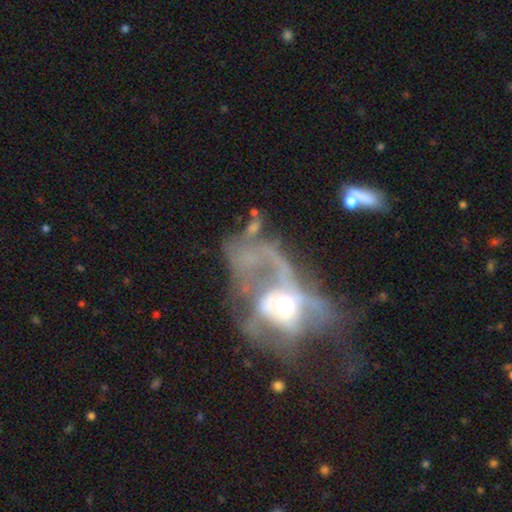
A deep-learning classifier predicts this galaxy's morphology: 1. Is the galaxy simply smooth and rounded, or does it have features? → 72% featured or disk, 16% smooth, 12% star or artifact.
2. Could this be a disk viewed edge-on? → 94% no, 6% yes.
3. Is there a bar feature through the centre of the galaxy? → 70% no, 20% weak, 9% strong.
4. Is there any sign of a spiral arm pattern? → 52% no, 48% yes.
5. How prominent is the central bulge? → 62% moderate, 22% large, 10% small, 3% dominant, 2% none.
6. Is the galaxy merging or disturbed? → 58% major disturbance, 18% merger, 14% none, 10% minor disturbance.